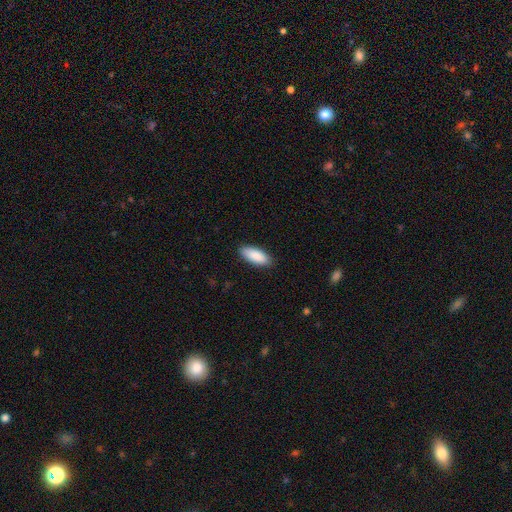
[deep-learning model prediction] Smooth or featured? smooth (90%)
How rounded? in between (83%)
Merging? none (88%)